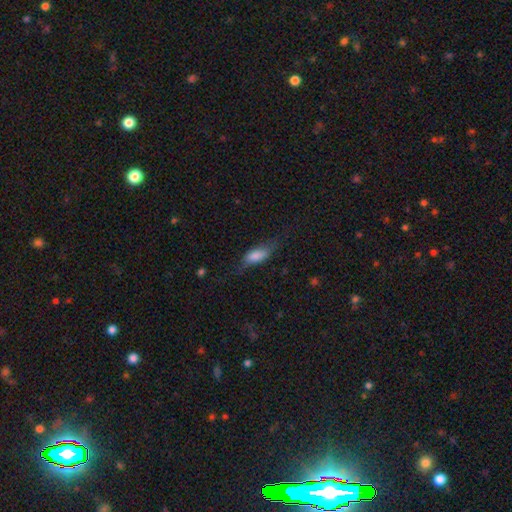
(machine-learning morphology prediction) Smooth or featured? smooth (73%)
How rounded? in between (72%)
Merging? none (53%)